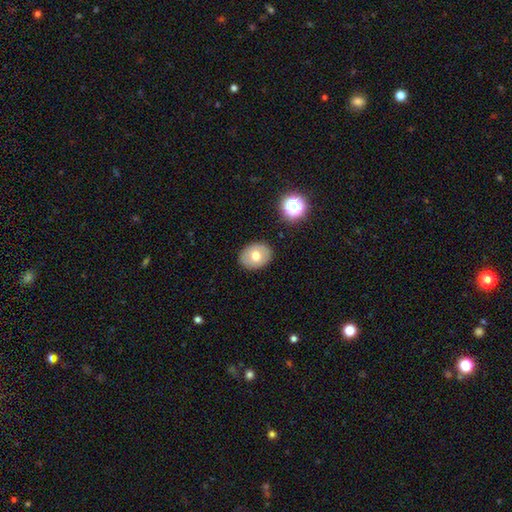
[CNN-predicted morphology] smooth-or-featured: smooth: 67% | featured or disk: 23% | star or artifact: 9%
  how-rounded: in between: 57% | round: 42% | cigar-shaped: 1%
  merging: none: 87% | minor disturbance: 9% | major disturbance: 2% | merger: 2%